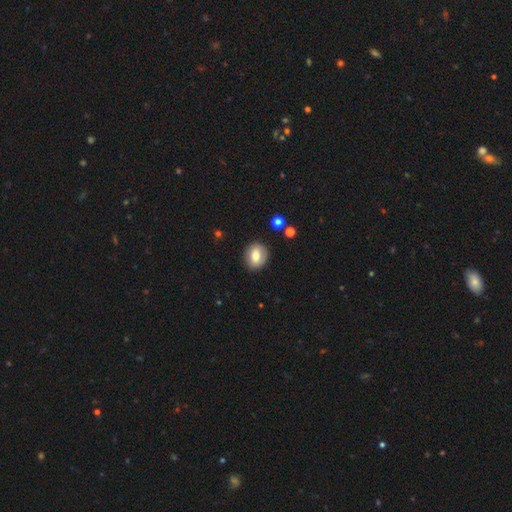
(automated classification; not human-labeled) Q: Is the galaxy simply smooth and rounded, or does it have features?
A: smooth — 73%.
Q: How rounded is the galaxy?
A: round — 59%.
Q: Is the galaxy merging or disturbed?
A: none — 86%.